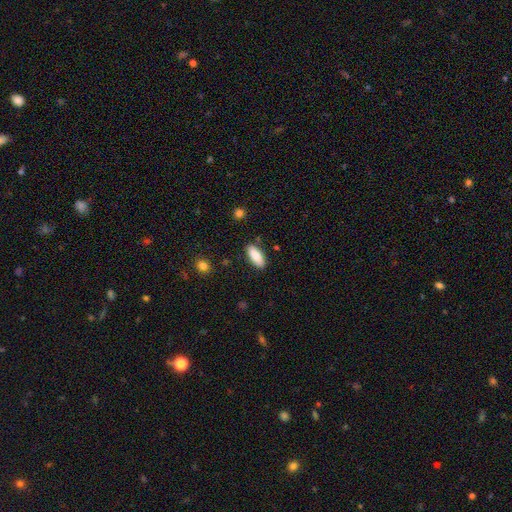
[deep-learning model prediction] This is clearly a smooth galaxy (84%). How rounded: likely in between (76%). Merging: clearly none (85%).